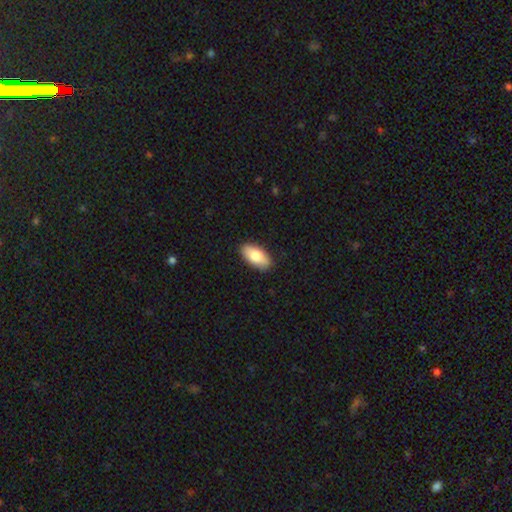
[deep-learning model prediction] Overall: smooth (80%). How rounded: in between (92%). Merging: none (89%).